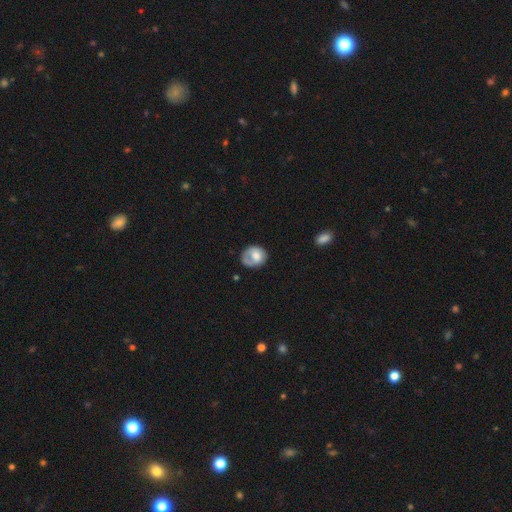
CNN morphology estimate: Smooth or featured: smooth — 66% (featured or disk — 27%)
How rounded: round — 59% (in between — 40%)
Merging: none — 51% (minor disturbance — 29%)